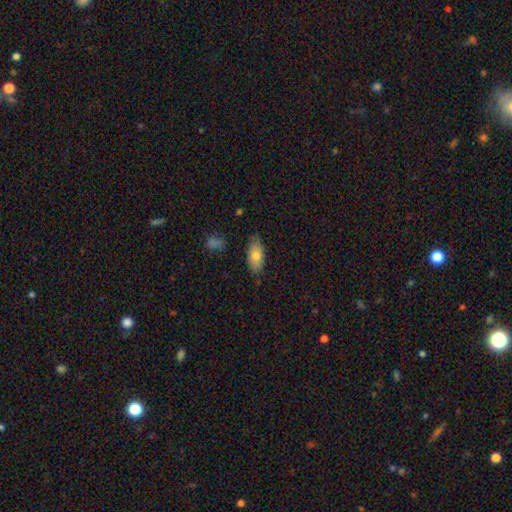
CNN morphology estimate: This appears to be a smooth galaxy with no disk features (77%) that is in between round and cigar-shaped (88%). Merging: none (79%).